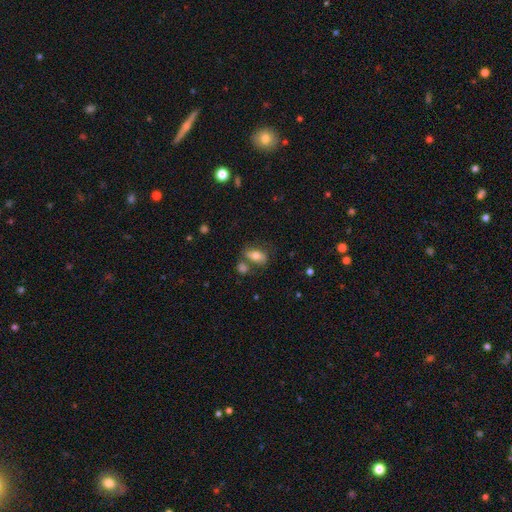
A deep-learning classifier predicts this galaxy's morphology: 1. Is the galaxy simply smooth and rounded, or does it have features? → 70% smooth, 22% featured or disk, 8% star or artifact.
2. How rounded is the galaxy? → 85% in between, 9% round, 6% cigar-shaped.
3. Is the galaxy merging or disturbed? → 58% none, 20% merger, 16% minor disturbance, 6% major disturbance.